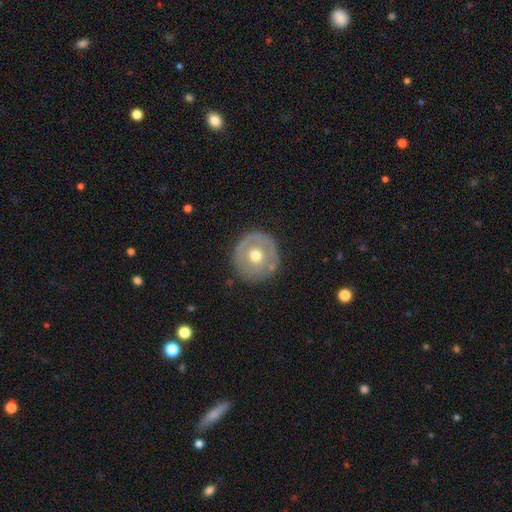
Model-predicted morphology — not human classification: A smooth galaxy with no disk features (51%) that is round (94%).

Vote fractions:
- Smooth or featured? smooth: 51% / featured or disk: 42% / star or artifact: 7%
- How rounded? round: 94% / in between: 5% / cigar-shaped: 1%
- Merging? none: 82% / minor disturbance: 12% / major disturbance: 4% / merger: 2%